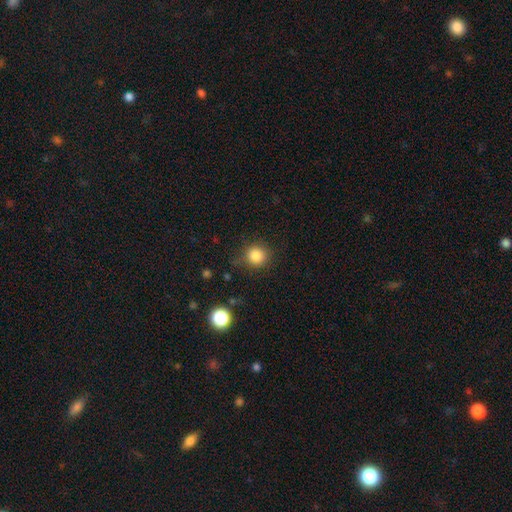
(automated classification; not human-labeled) Overall: smooth (85%). How rounded: round (91%). Merging: none (82%).